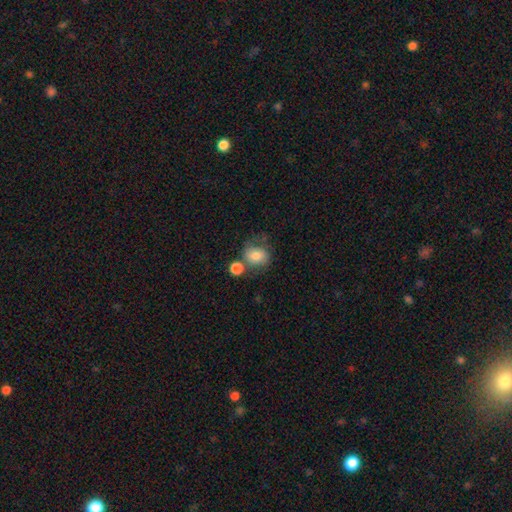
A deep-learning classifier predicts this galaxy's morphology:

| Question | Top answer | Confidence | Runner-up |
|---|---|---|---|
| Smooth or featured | smooth | 70% | featured or disk (20%) |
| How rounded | round | 63% | in between (36%) |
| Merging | none | 46% | merger (22%) |